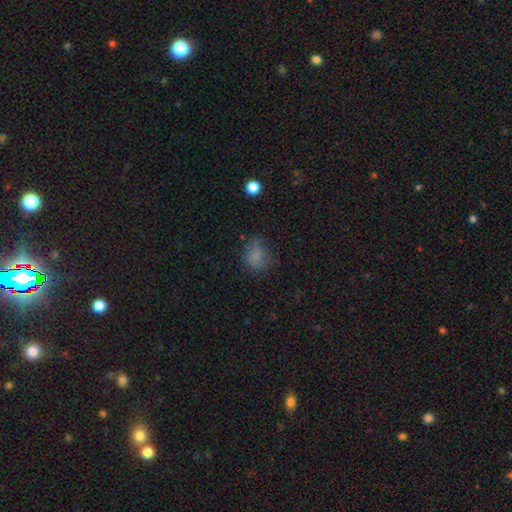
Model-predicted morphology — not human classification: A smooth galaxy with no disk features (73%) that is round (51%). Merging: none (53%).